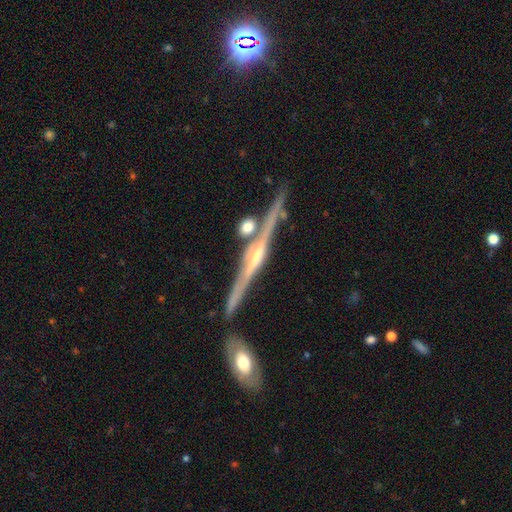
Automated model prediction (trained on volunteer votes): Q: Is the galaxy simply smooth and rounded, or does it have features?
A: featured or disk — 86%.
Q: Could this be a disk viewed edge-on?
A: yes — 98%.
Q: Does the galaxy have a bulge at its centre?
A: rounded — 79%.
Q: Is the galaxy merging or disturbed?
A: none — 79%.